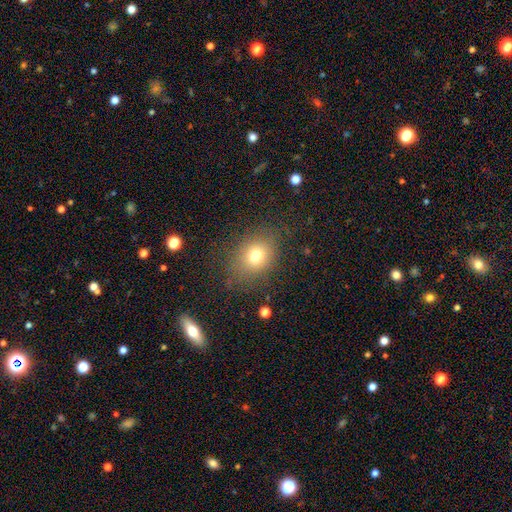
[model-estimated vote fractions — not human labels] Q: Smooth or featured?
A: smooth (72%); runner-up: star or artifact (16%)
Q: How rounded?
A: round (57%); runner-up: in between (42%)
Q: Merging?
A: none (78%); runner-up: minor disturbance (14%)